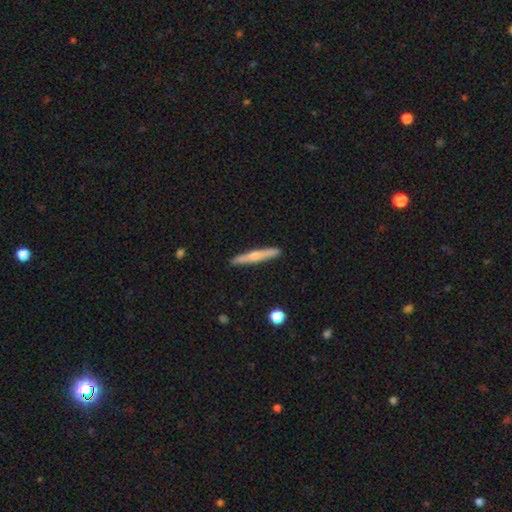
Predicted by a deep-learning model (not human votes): Smooth or featured: featured or disk — 48% (smooth — 46%)
Merging: none — 91% (minor disturbance — 7%)